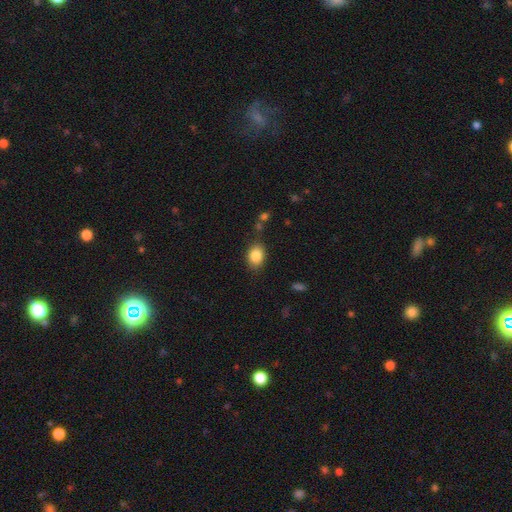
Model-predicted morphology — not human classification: Smooth or featured? Predicted: smooth (p=0.85). How rounded? Predicted: in between (p=0.66). Merging? Predicted: none (p=0.79).